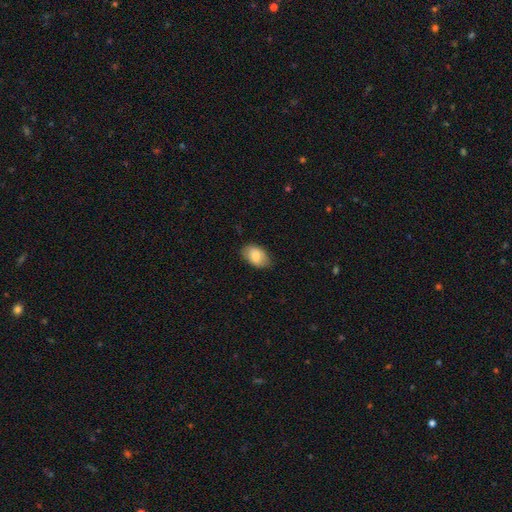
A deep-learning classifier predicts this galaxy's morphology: A smooth galaxy with no disk features (83%) that is in between round and cigar-shaped (91%).

Vote fractions:
- Smooth or featured? smooth: 83% / featured or disk: 11% / star or artifact: 6%
- How rounded? in between: 91% / round: 8% / cigar-shaped: 1%
- Merging? none: 82% / minor disturbance: 14% / major disturbance: 3% / merger: 1%